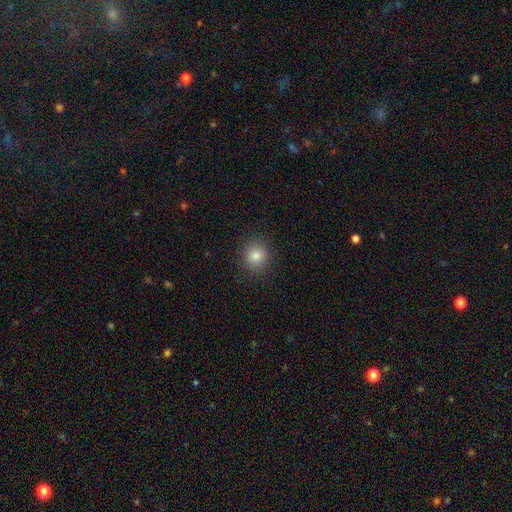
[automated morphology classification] The model was most divided on "how rounded": round: 83%, in between: 17%, cigar-shaped: 1%. More confident: merging — none (90%); smooth or featured — smooth (82%).